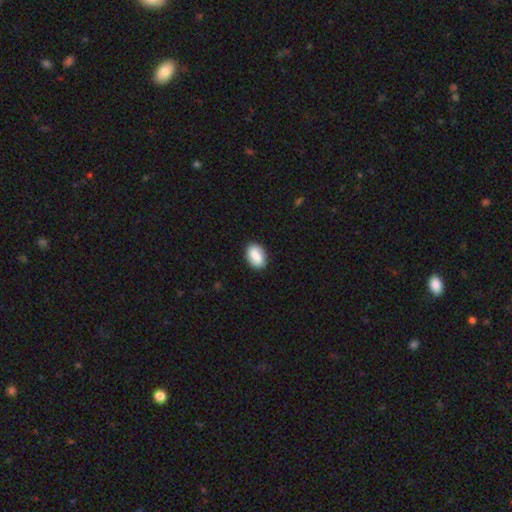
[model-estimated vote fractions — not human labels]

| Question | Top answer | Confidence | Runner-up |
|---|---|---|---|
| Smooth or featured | smooth | 81% | featured or disk (13%) |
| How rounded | in between | 87% | round (11%) |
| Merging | none | 87% | minor disturbance (9%) |